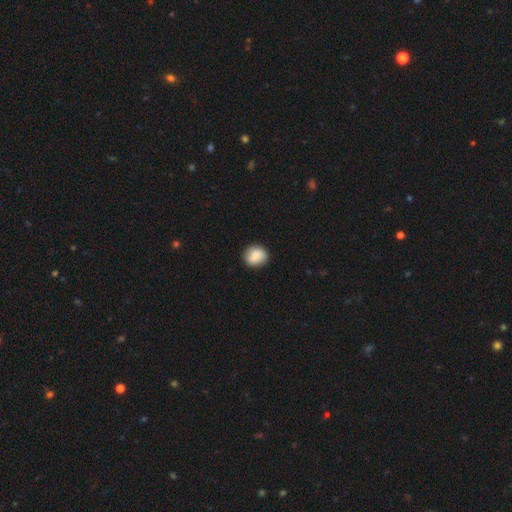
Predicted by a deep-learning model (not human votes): smooth_or_featured: smooth (p=0.86) [alt: star or artifact p=0.07]
how_rounded: round (p=0.71) [alt: in between p=0.27]
merging: none (p=0.87) [alt: minor disturbance p=0.10]